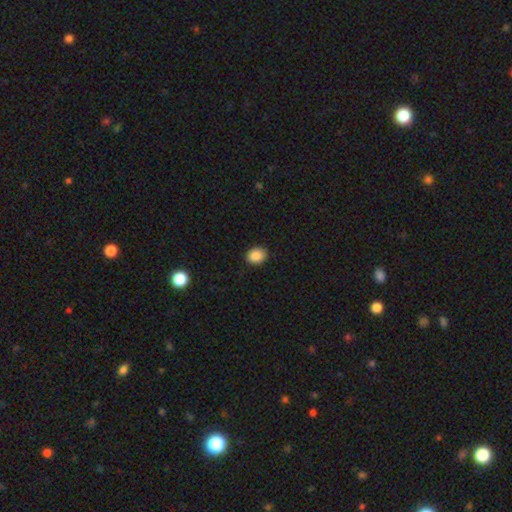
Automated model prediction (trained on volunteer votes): smooth_or_featured: smooth (p=0.87) [alt: star or artifact p=0.09]
how_rounded: round (p=0.53) [alt: in between p=0.46]
merging: none (p=0.89) [alt: minor disturbance p=0.08]